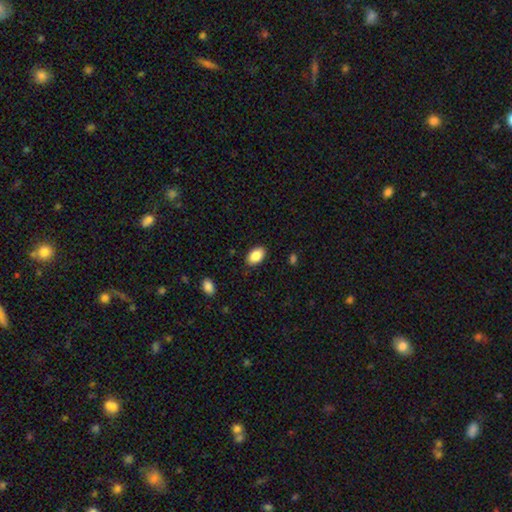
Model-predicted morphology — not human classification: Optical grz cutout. It shows a smooth galaxy with no disk features (87%) that is in between round and cigar-shaped (90%). Merging: none (87%).